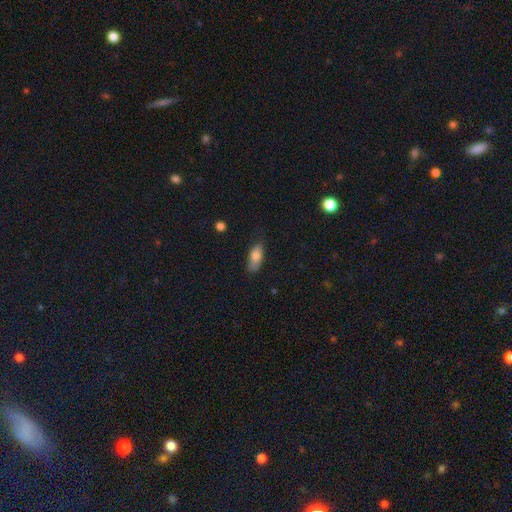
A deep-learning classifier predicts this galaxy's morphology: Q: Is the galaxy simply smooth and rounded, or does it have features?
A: smooth — 78%.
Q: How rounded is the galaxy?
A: in between — 81%.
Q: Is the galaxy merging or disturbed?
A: none — 73%.